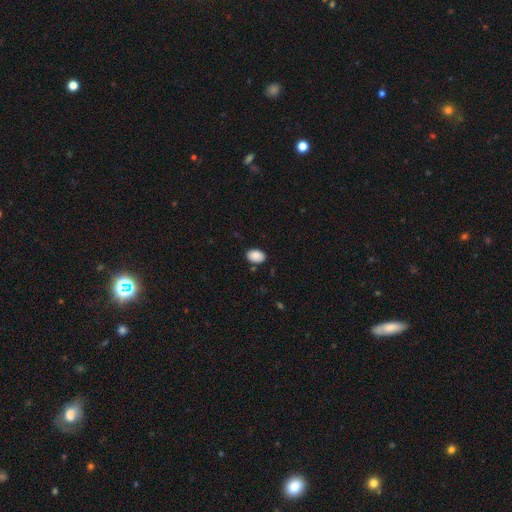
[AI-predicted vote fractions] Smooth or featured: smooth — 89% (star or artifact — 7%)
How rounded: in between — 86% (round — 13%)
Merging: none — 84% (minor disturbance — 11%)